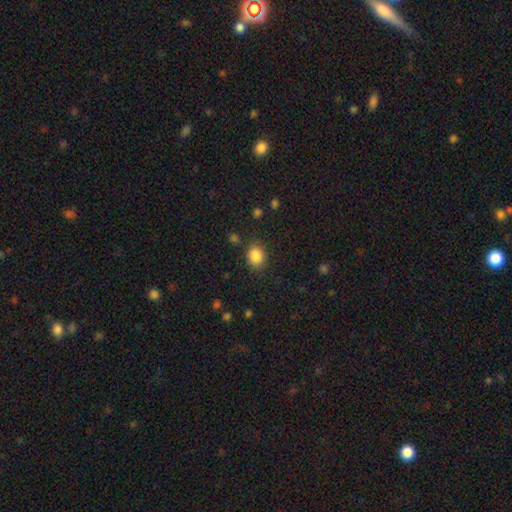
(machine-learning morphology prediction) Smooth or featured?
  - smooth: 86% *
  - star or artifact: 10%
  - featured or disk: 4%
How rounded?
  - round: 53% *
  - in between: 46%
  - cigar-shaped: 1%
Merging?
  - none: 80% *
  - minor disturbance: 13%
  - major disturbance: 4%
  - merger: 2%